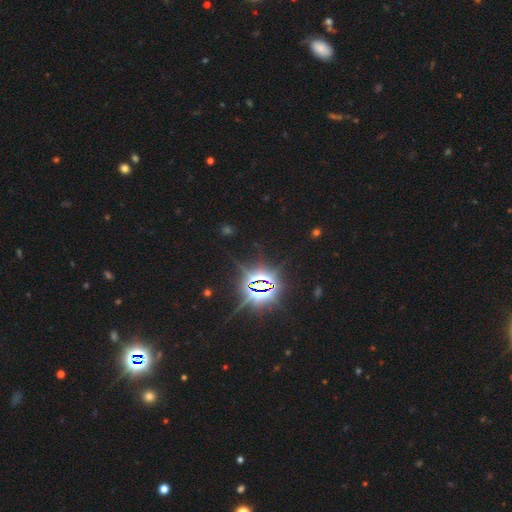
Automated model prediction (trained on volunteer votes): The model was most divided on "smooth or featured": star or artifact: 85%, smooth: 9%, featured or disk: 6%.